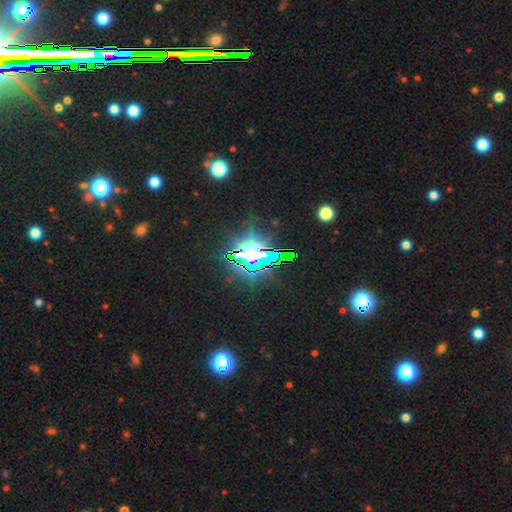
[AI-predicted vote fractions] smooth-or-featured: star or artifact: 80% | featured or disk: 10% | smooth: 10%